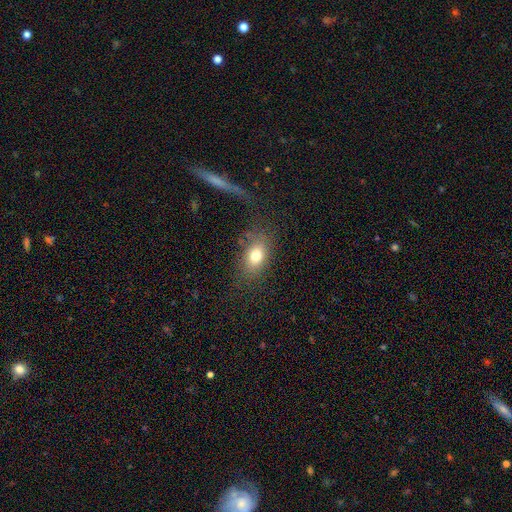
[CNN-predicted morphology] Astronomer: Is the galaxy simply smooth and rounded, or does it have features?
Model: smooth — 76%.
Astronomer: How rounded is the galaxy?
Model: in between — 79%.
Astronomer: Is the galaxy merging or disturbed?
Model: none — 71%.